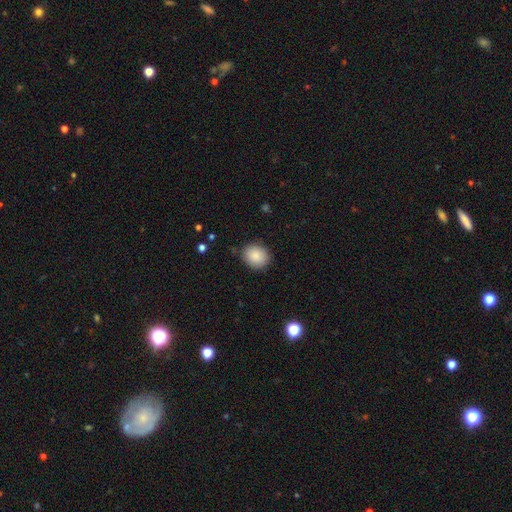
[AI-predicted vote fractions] Smooth or featured? smooth (88%)
How rounded? round (68%)
Merging? none (86%)